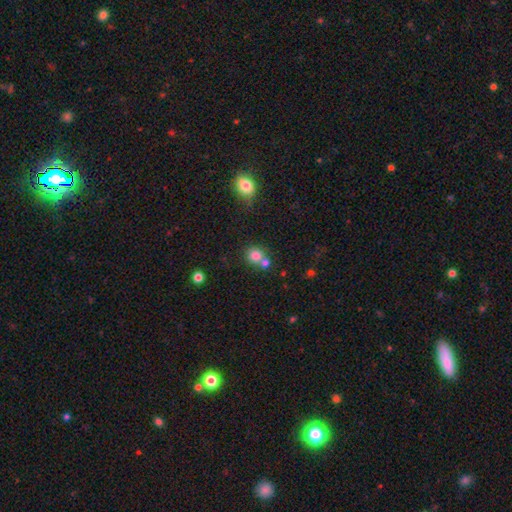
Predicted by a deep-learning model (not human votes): Morphology: type=smooth (81%); roundness=round (83%); merging=none (56%).